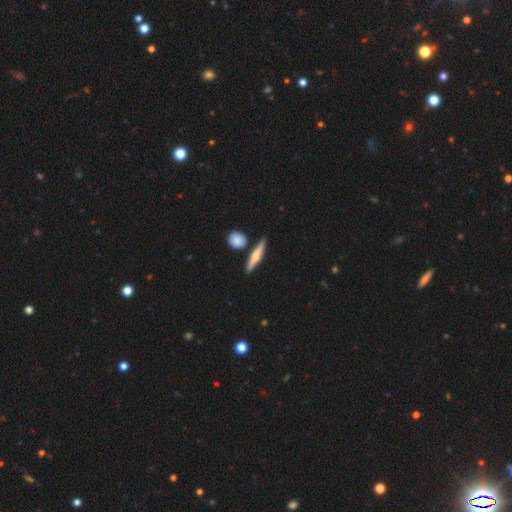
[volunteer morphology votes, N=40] smooth_or_featured: smooth (p=0.60) [alt: featured or disk p=0.35]
how_rounded: cigar-shaped (p=0.83) [alt: round p=0.08]
merging: none (p=0.87) [alt: minor disturbance p=0.11]